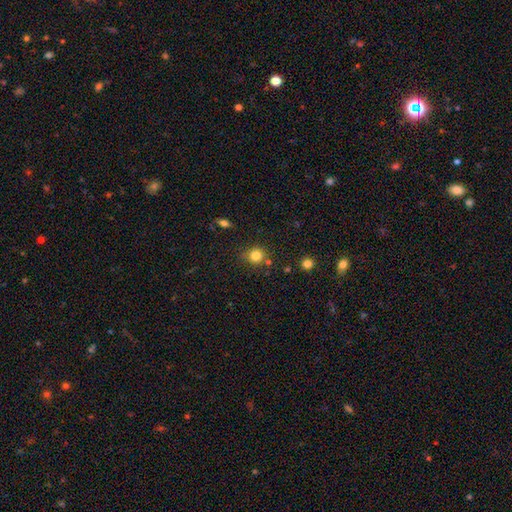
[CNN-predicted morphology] This appears to be a smooth galaxy with no disk features (81%) that is round (85%). Merging: none (79%).